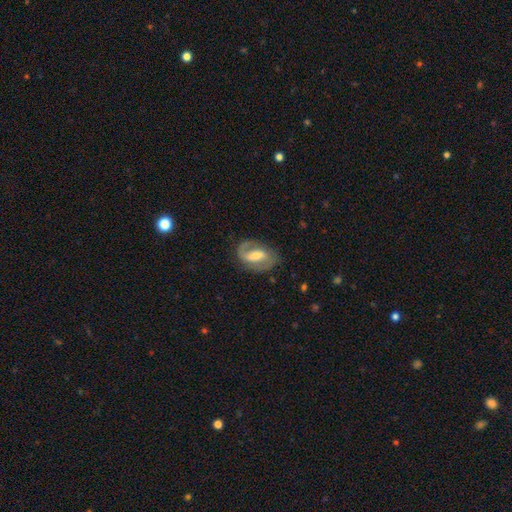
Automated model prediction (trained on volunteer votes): smooth-or-featured: featured or disk: 79% | smooth: 15% | star or artifact: 6%
  disk-edge-on: no: 96% | yes: 4%
    bar: weak: 46% | strong: 36% | no: 17%
    has-spiral-arms: yes: 91% | no: 9%
      spiral-winding: medium: 49% | loose: 26% | tight: 25%
      spiral-arm-count: 2: 76% | 1: 16% | can't tell: 6% | 3: 1% | 4: 1% | more than 4: 1%
    bulge-size: moderate: 55% | small: 28% | large: 11% | none: 4% | dominant: 1%
  merging: none: 74% | minor disturbance: 16% | major disturbance: 8% | merger: 1%